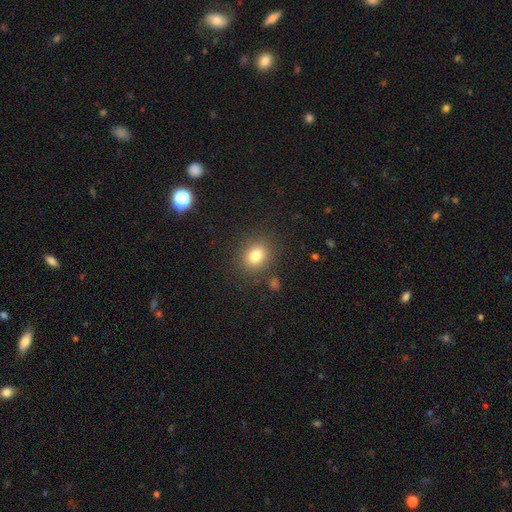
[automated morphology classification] smooth 79%, star or artifact 12%, featured or disk 8%. Down the decision tree: how rounded — round (57%); merging — none (84%).